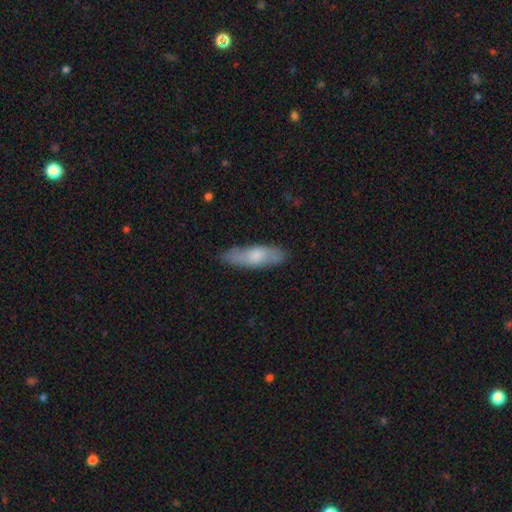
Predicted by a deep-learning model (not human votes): Smooth or featured: smooth — 66% (featured or disk — 28%)
How rounded: cigar-shaped — 52% (in between — 46%)
Merging: none — 80% (minor disturbance — 16%)